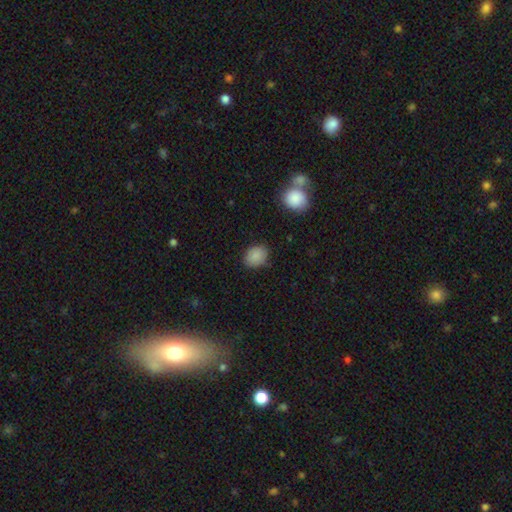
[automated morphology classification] A smooth galaxy with no disk features (87%) that is round (55%). Merging: none (81%).